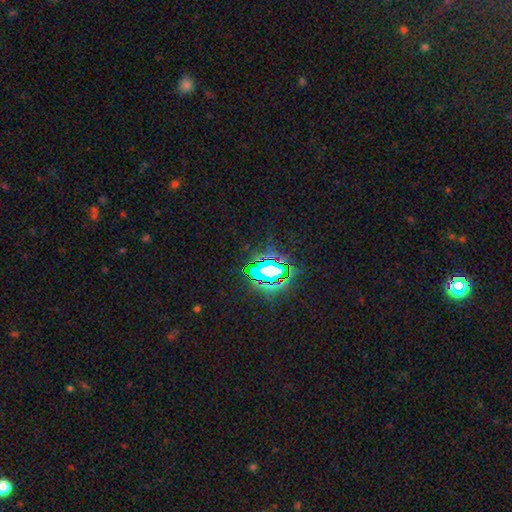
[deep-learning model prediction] Smooth or featured? Predicted: star or artifact (p=0.81).